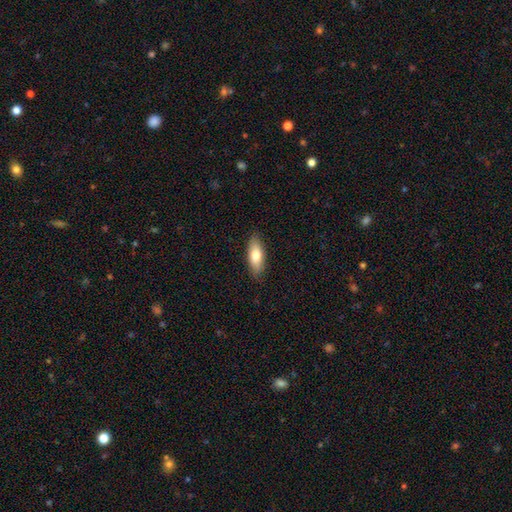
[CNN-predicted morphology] This is likely a smooth galaxy (73%). How rounded: likely in between (68%). Merging: clearly none (87%).